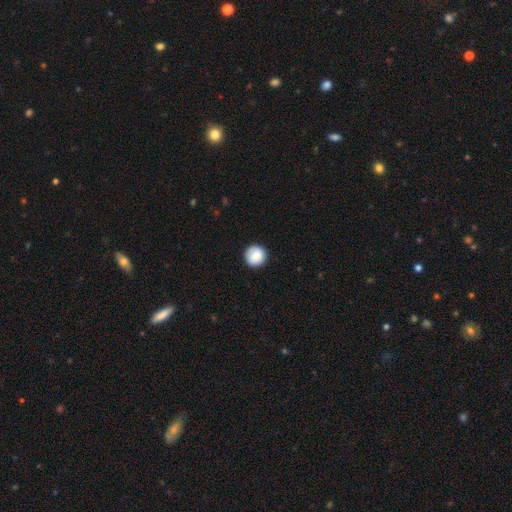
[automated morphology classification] smooth 86%, star or artifact 8%, featured or disk 6%. Down the decision tree: how rounded — round (95%); merging — none (89%).